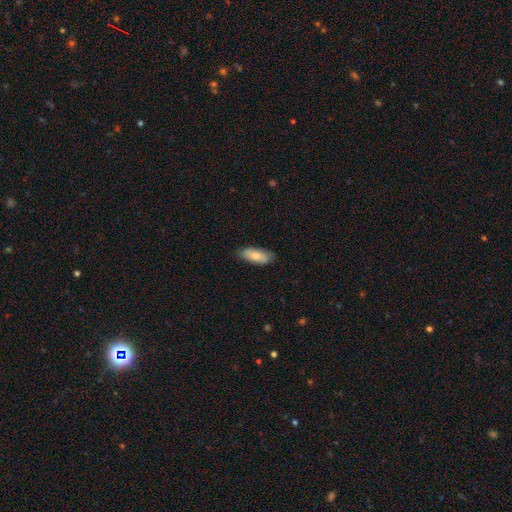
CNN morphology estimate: This appears to be a smooth galaxy with no disk features (77%) that is in between round and cigar-shaped (79%). Merging: none (82%).